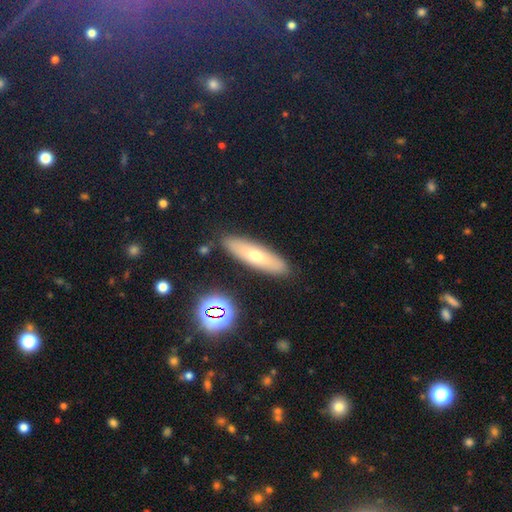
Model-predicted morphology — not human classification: Smooth or featured? smooth (58%)
How rounded? cigar-shaped (66%)
Merging? none (88%)